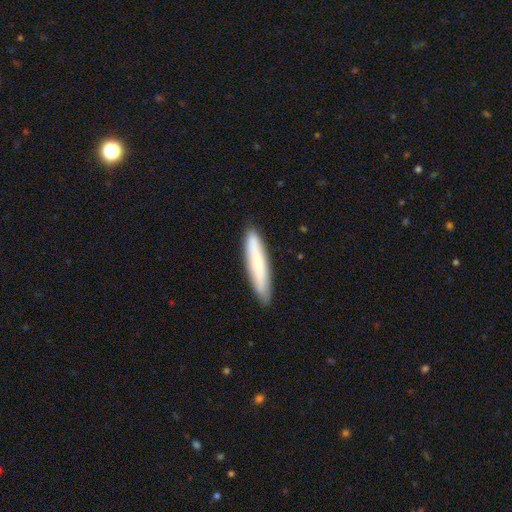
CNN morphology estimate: This appears to be a smooth galaxy with no disk features (65%) that is cigar-shaped (91%). Merging: none (89%).